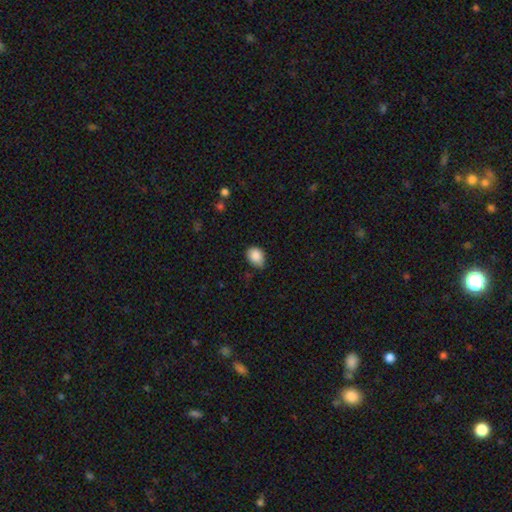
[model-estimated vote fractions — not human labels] This is clearly a smooth galaxy (87%). How rounded: possibly in between (58%). Merging: possibly none (57%).